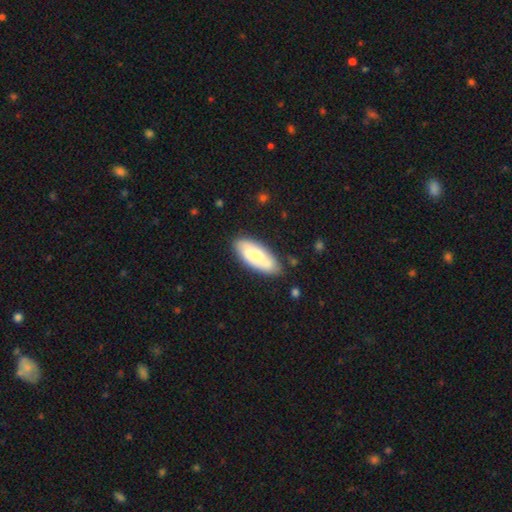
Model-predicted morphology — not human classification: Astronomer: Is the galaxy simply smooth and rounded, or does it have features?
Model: smooth — 58% (runner-up: featured or disk, 37%).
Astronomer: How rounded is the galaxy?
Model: in between — 81%.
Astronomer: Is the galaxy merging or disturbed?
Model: none — 79%.